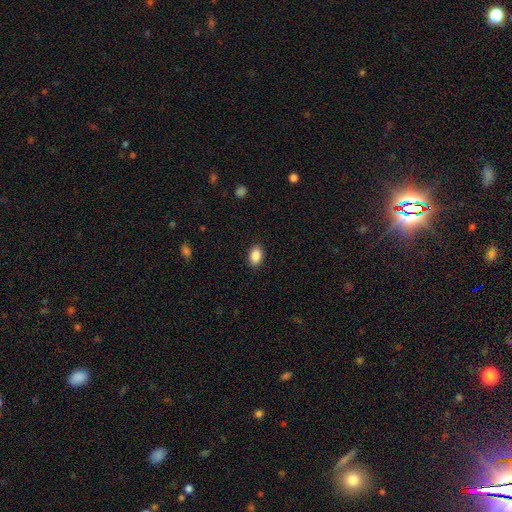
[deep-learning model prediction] A smooth galaxy with no disk features (88%) that is in between round and cigar-shaped (87%). Merging: none (89%).